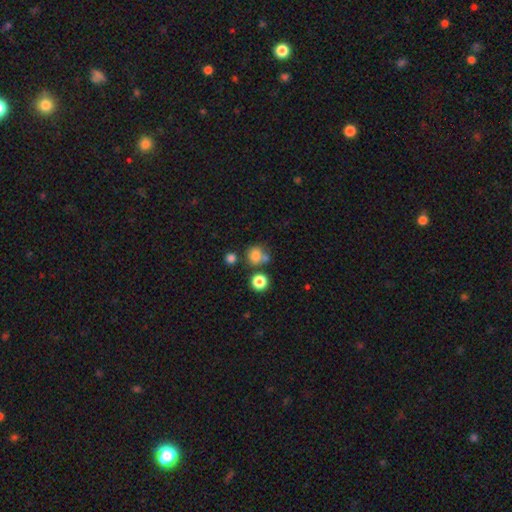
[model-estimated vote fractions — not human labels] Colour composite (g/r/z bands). It shows a smooth galaxy with no disk features (77%) that is round (82%). Merging: none (62%).